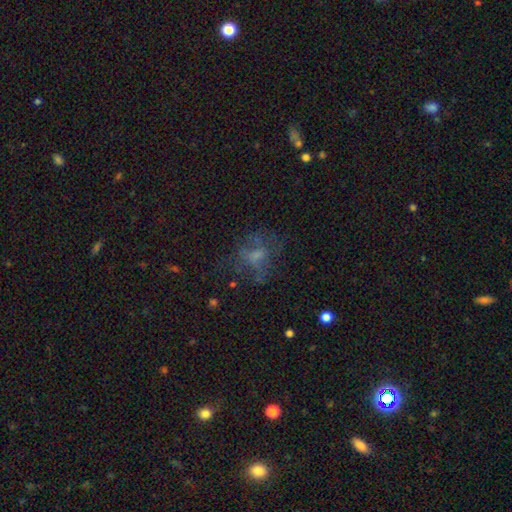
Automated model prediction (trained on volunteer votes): Smooth or featured: smooth — 40% (featured or disk — 39%)
Merging: none — 49% (major disturbance — 29%)